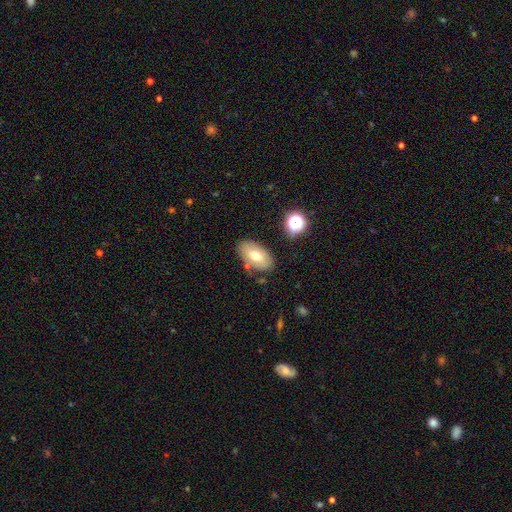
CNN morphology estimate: A smooth galaxy with no disk features (66%) that is in between round and cigar-shaped (92%). Merging: none (77%).